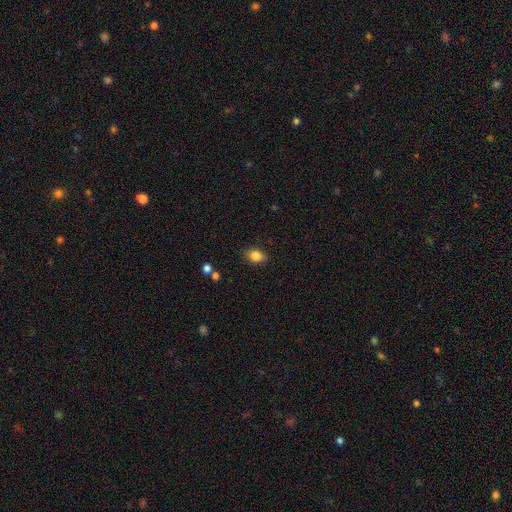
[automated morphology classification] A smooth galaxy with no disk features (83%) that is in between round and cigar-shaped (57%).

Vote fractions:
- Smooth or featured? smooth: 83% / star or artifact: 10% / featured or disk: 7%
- How rounded? in between: 57% / round: 42% / cigar-shaped: 1%
- Merging? none: 81% / minor disturbance: 14% / major disturbance: 3% / merger: 2%